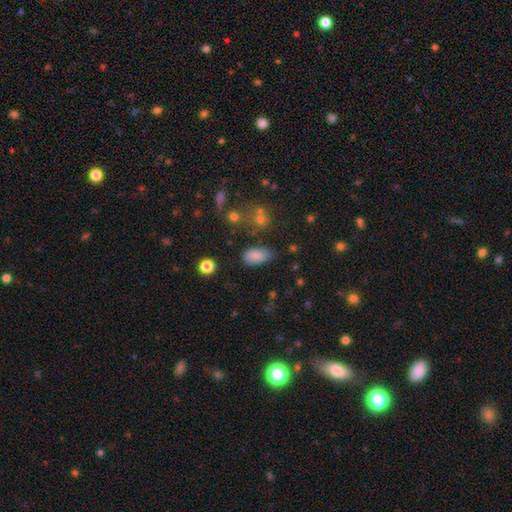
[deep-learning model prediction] Smooth or featured? Predicted: smooth (p=0.82). How rounded? Predicted: in between (p=0.93). Merging? Predicted: none (p=0.64).